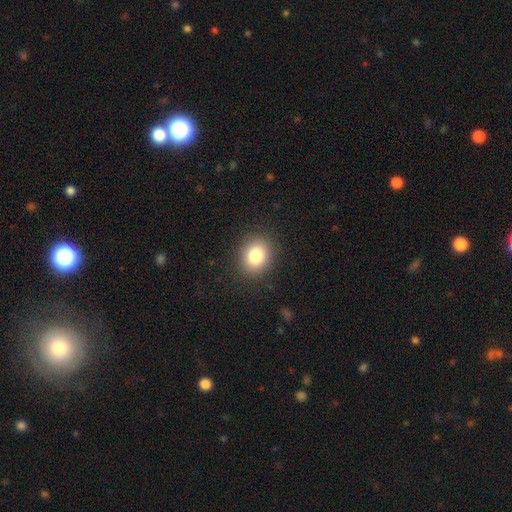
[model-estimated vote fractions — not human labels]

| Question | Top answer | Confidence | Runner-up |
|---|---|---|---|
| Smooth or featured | smooth | 83% | star or artifact (10%) |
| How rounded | round | 64% | in between (35%) |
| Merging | none | 88% | minor disturbance (8%) |